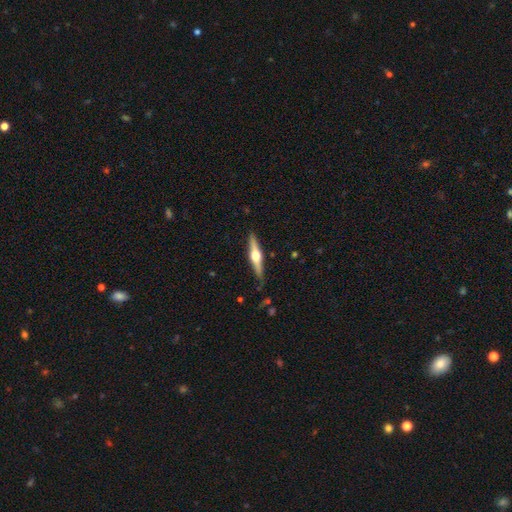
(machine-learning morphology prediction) This is likely a featured or disk galaxy (71%). It is clearly viewed edge-on (98%). Edge-on bulge: clearly rounded (95%). Merging: clearly none (87%).